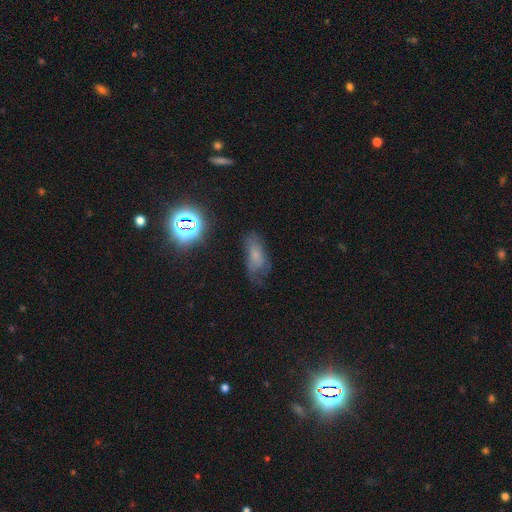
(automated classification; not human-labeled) A smooth galaxy with no disk features (54%) that is in between round and cigar-shaped (81%). Merging: none (43%).